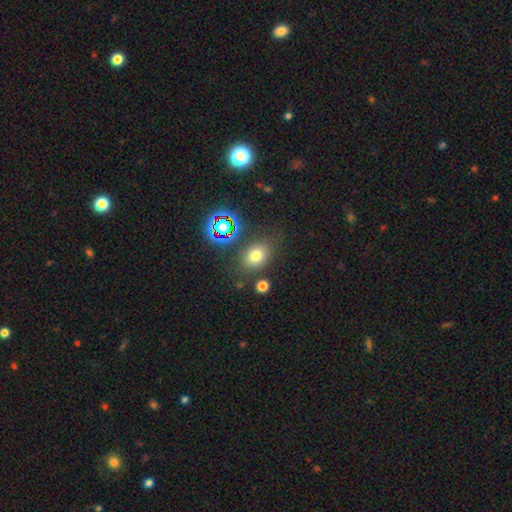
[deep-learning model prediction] A smooth galaxy with no disk features (69%) that is in between round and cigar-shaped (58%). Merging: none (77%).